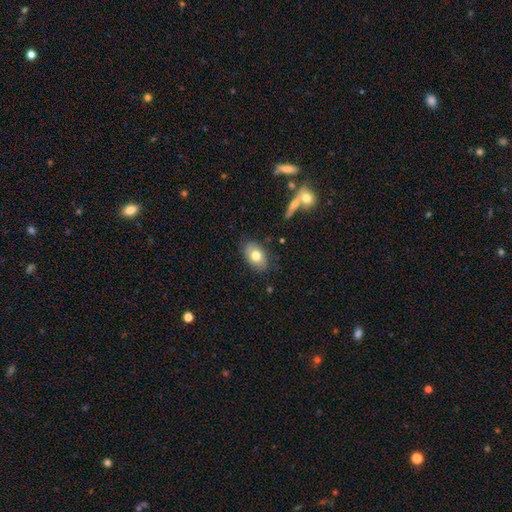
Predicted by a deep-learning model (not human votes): A smooth galaxy with no disk features (74%) that is in between round and cigar-shaped (87%). Merging: none (82%).